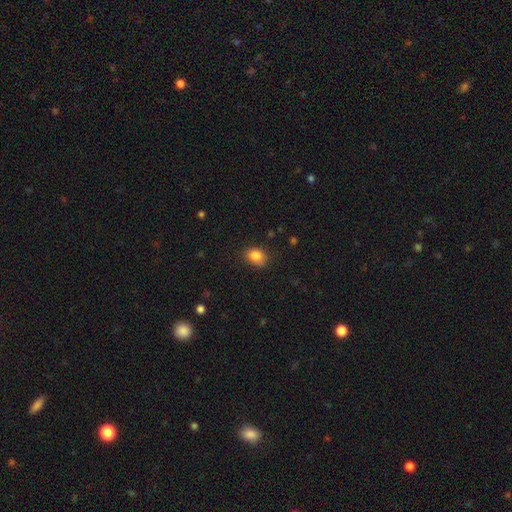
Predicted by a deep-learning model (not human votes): Smooth or featured? Predicted: smooth (p=0.85). How rounded? Predicted: in between (p=0.55). Merging? Predicted: none (p=0.73).